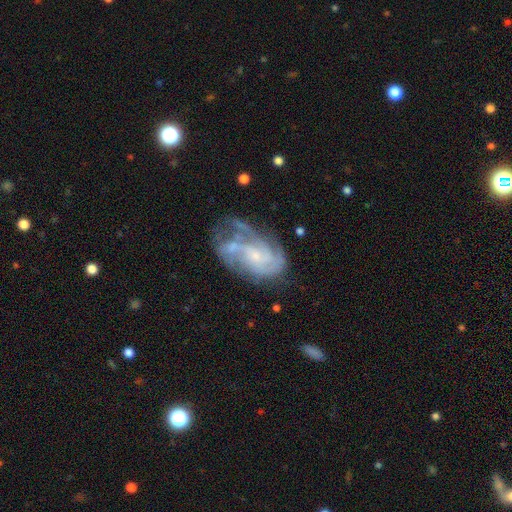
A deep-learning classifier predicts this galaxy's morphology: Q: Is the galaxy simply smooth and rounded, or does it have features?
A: featured or disk — 82%.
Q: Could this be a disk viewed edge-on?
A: no — 97%.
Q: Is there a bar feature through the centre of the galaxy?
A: no — 63%.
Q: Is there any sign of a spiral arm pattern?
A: yes — 91%.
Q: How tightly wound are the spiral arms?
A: tight — 45%.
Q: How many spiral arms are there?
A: can't tell — 29%.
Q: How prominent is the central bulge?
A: small — 69%.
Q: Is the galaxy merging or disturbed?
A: none — 46%.